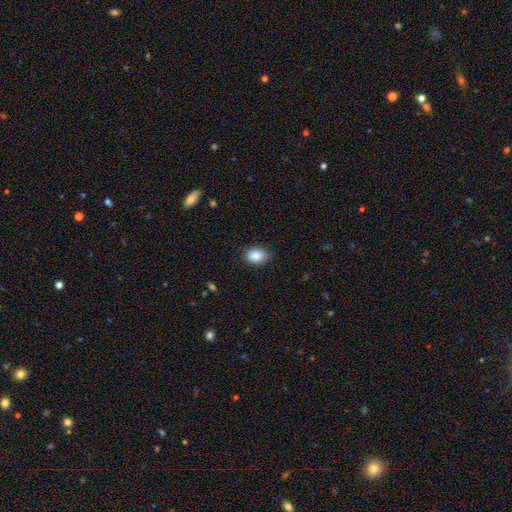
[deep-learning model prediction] Morphology: type=smooth (87%); roundness=in between (66%); merging=none (86%).